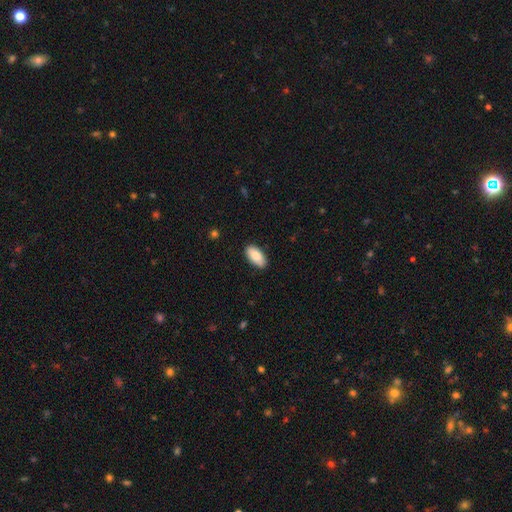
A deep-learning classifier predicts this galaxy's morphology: Q: Smooth or featured?
A: smooth (84%); runner-up: featured or disk (10%)
Q: How rounded?
A: in between (93%); runner-up: cigar-shaped (5%)
Q: Merging?
A: none (88%); runner-up: minor disturbance (9%)